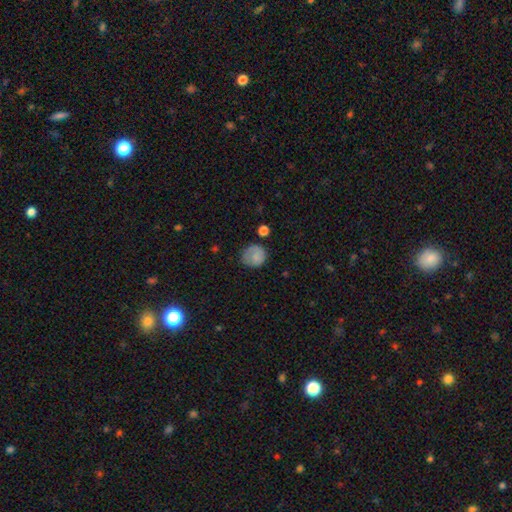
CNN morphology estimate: Overall: smooth (77%). How rounded: round (82%). Merging: none (63%; minor disturbance 26%).